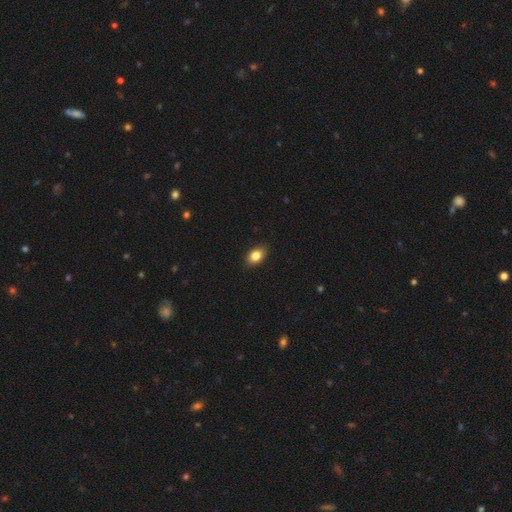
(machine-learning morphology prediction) A smooth galaxy with no disk features (85%) that is in between round and cigar-shaped (82%).

Vote fractions:
- Smooth or featured? smooth: 85% / star or artifact: 8% / featured or disk: 6%
- How rounded? in between: 82% / round: 16% / cigar-shaped: 2%
- Merging? none: 88% / minor disturbance: 9% / major disturbance: 2% / merger: 1%